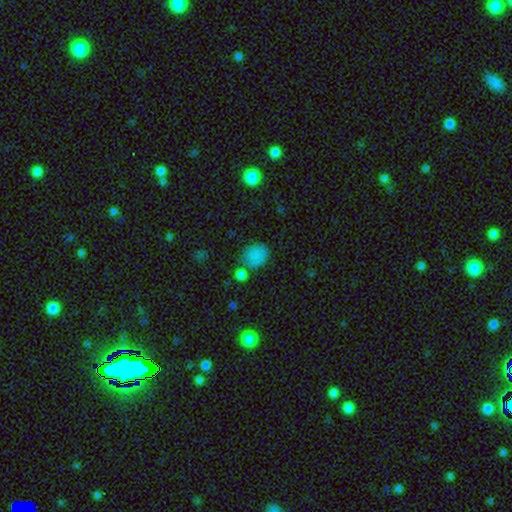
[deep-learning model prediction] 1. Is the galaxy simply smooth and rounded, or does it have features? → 82% smooth, 13% star or artifact, 5% featured or disk.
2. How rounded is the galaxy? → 60% round, 38% in between, 1% cigar-shaped.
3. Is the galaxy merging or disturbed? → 69% none, 14% minor disturbance, 12% merger, 5% major disturbance.